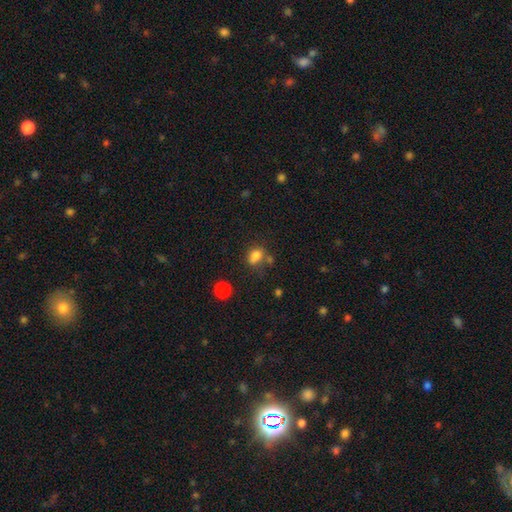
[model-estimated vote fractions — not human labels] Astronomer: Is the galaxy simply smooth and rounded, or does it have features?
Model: smooth — 79%.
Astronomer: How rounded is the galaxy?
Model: in between — 68%.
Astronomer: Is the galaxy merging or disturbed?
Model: none — 52%.